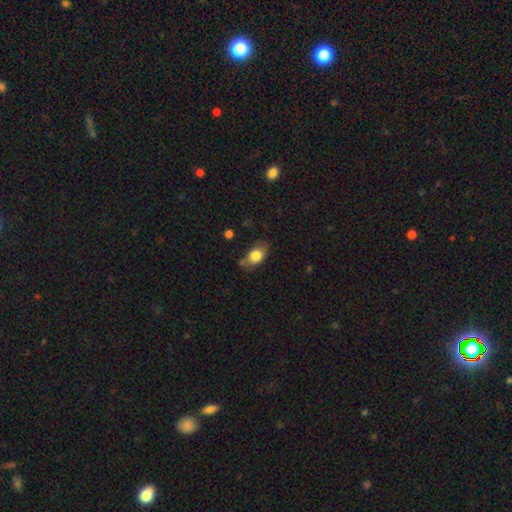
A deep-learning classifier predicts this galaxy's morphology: This appears to be a smooth galaxy with no disk features (79%) that is in between round and cigar-shaped (80%). Merging: none (66%).